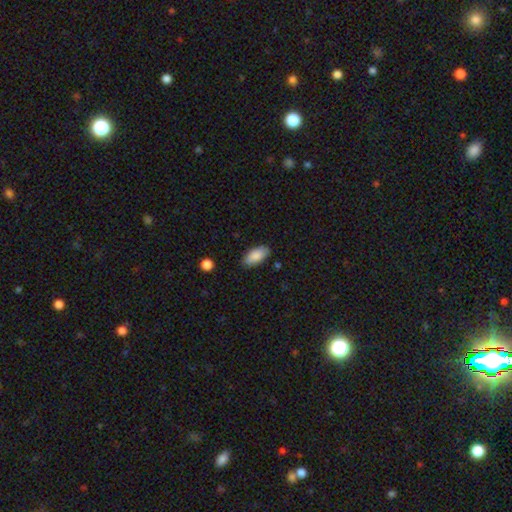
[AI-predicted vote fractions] smooth-or-featured: smooth: 87% | featured or disk: 7% | star or artifact: 7%
  how-rounded: in between: 92% | cigar-shaped: 6% | round: 2%
  merging: none: 84% | minor disturbance: 12% | major disturbance: 2% | merger: 1%